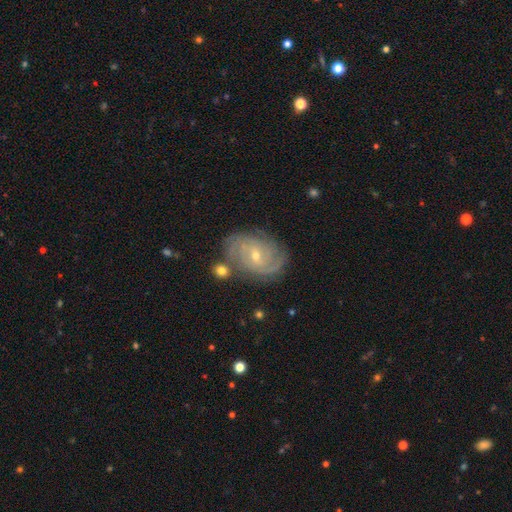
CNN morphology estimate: smooth_or_featured: featured or disk (p=0.85) [alt: smooth p=0.09]
disk_edge_on: no (p=0.97) [alt: yes p=0.03]
bar: weak (p=0.46) [alt: no p=0.44]
has_spiral_arms: yes (p=0.96) [alt: no p=0.04]
spiral_winding: tight (p=0.70) [alt: medium p=0.25]
spiral_arm_count: can't tell (p=0.28) [alt: 3 p=0.22]
bulge_size: small (p=0.65) [alt: moderate p=0.32]
merging: none (p=0.74) [alt: minor disturbance p=0.15]